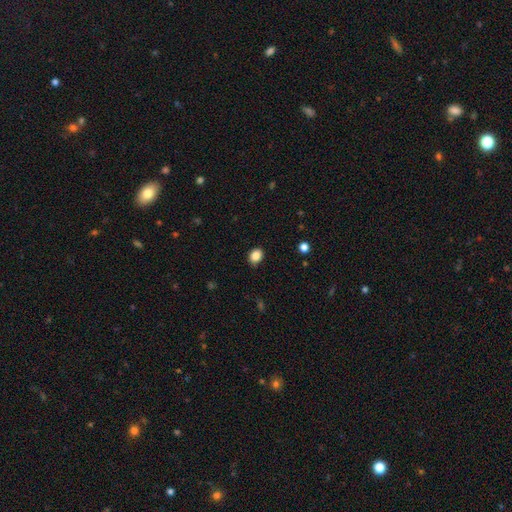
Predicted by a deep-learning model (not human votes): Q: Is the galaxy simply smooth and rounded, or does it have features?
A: smooth — 87%.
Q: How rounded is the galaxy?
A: in between — 57%.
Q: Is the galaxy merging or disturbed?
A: none — 85%.